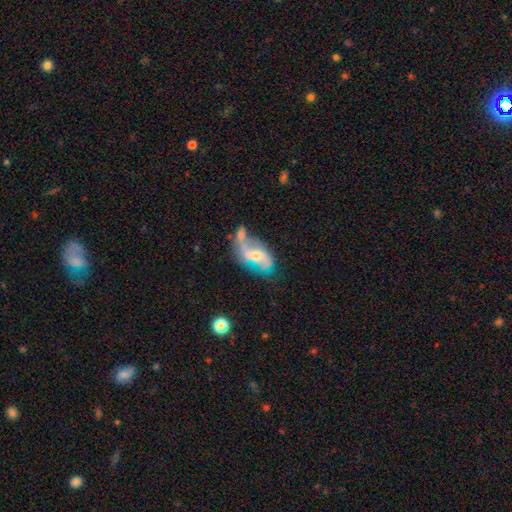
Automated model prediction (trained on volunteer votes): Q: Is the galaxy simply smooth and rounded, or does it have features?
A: featured or disk — 68%.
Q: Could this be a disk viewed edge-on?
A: no — 95%.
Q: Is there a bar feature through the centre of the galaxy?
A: no — 48%.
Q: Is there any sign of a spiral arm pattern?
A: yes — 75%.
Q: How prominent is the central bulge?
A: small — 46%.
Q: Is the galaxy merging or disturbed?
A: none — 29%.